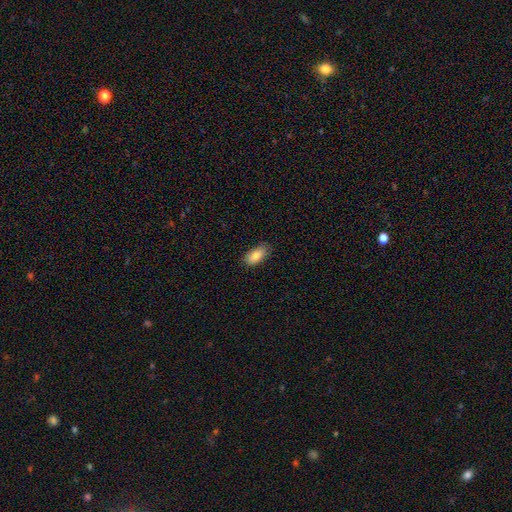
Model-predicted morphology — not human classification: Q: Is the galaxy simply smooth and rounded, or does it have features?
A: smooth — 86%.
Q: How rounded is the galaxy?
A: in between — 92%.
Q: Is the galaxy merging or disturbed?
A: none — 82%.